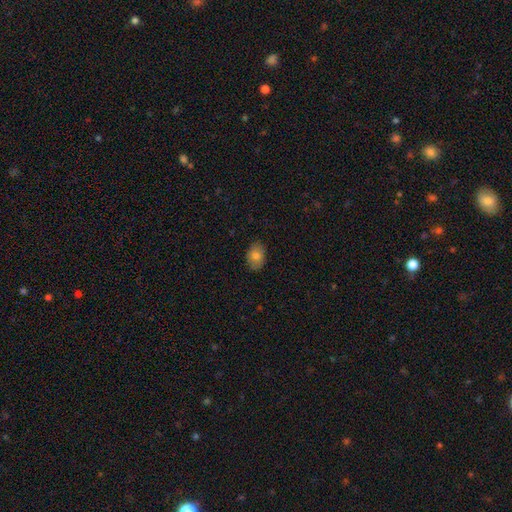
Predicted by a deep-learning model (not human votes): Smooth or featured: smooth — 78% (featured or disk — 14%)
How rounded: in between — 81% (round — 18%)
Merging: none — 85% (minor disturbance — 12%)